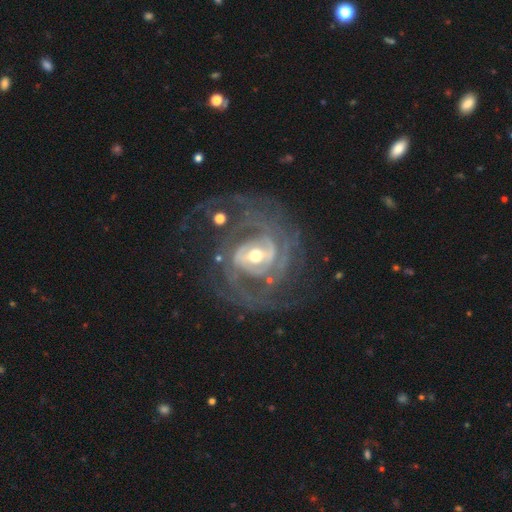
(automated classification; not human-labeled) Overall: featured or disk (91%). Edge-on disk: no (97%). Bar: weak (40%; strong 39%). Spiral arms: yes (96%). Spiral arm count: 2 (39%; can't tell 21%). Spiral winding: tight (53%; medium 36%). Bulge size: moderate (64%; small 27%). Merging: none (62%).